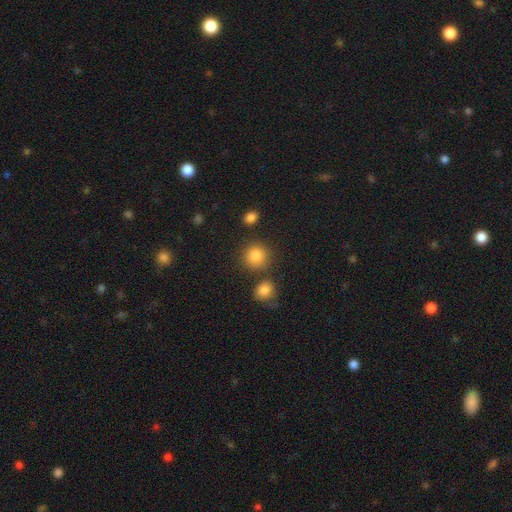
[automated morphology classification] Smooth or featured?
  - smooth: 85% *
  - star or artifact: 11%
  - featured or disk: 4%
How rounded?
  - round: 88% *
  - in between: 11%
  - cigar-shaped: 1%
Merging?
  - none: 77% *
  - merger: 10%
  - minor disturbance: 9%
  - major disturbance: 4%